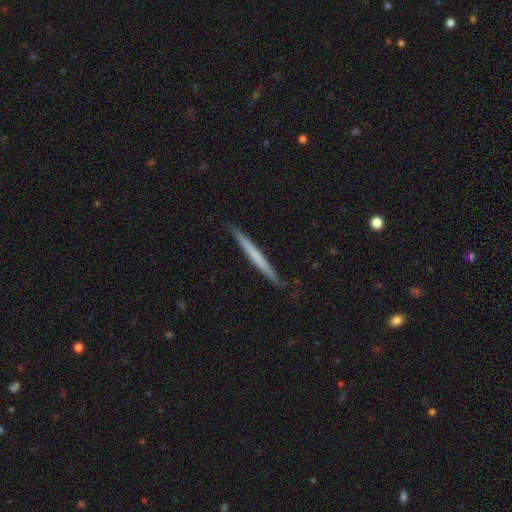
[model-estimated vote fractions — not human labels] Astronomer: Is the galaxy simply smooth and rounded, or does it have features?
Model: smooth — 52% (runner-up: featured or disk, 42%).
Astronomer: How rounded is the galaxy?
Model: cigar-shaped — 97%.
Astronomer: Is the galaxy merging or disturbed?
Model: none — 87%.